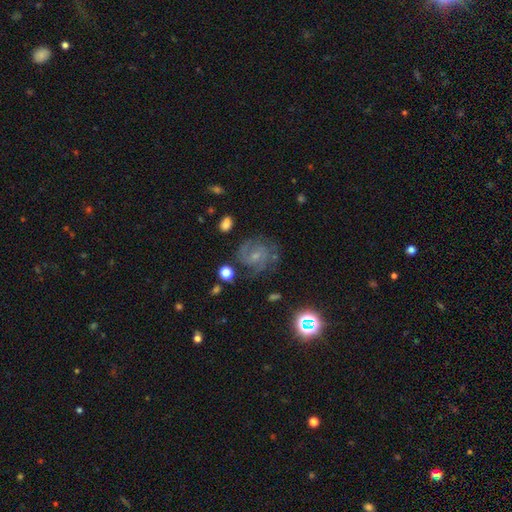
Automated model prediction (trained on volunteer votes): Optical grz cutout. It shows a featured or disk galaxy (72%) with a weak bar (49%), 2 (48%) medium (46%) spiral arms (92%) and a small central bulge (64%). Merging: none (69%).